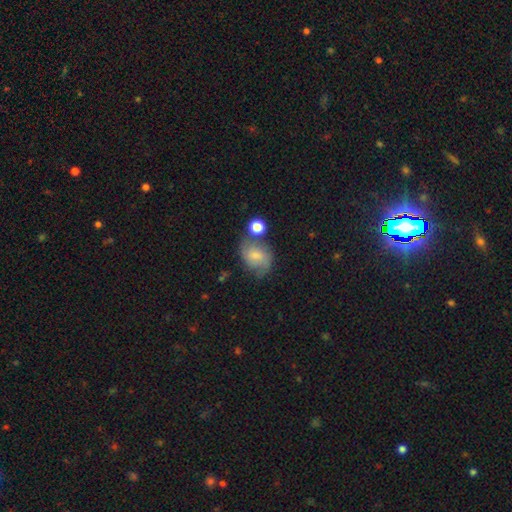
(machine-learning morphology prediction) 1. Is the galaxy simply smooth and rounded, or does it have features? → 50% smooth, 40% featured or disk, 10% star or artifact.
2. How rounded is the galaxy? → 56% in between, 43% round, 1% cigar-shaped.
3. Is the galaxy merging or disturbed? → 50% none, 24% minor disturbance, 14% merger, 11% major disturbance.